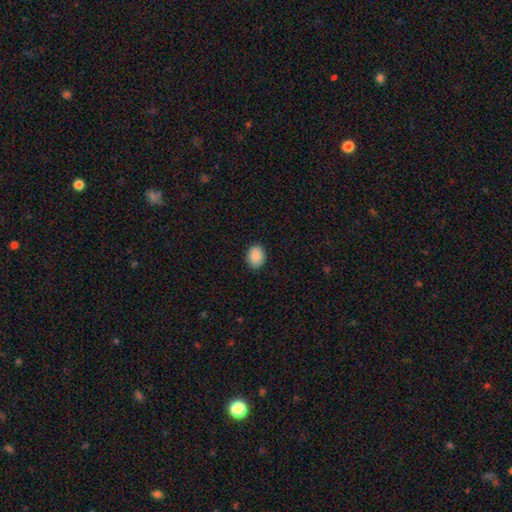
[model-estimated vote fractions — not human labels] A smooth galaxy with no disk features (89%) that is round (51%).

Vote fractions:
- Smooth or featured? smooth: 89% / star or artifact: 7% / featured or disk: 3%
- How rounded? round: 51% / in between: 49% / cigar-shaped: 1%
- Merging? none: 89% / minor disturbance: 8% / major disturbance: 2% / merger: 1%